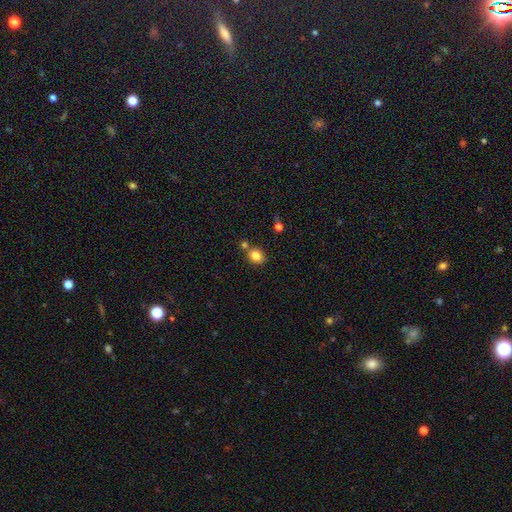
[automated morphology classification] Smooth or featured? Predicted: smooth (p=0.83). How rounded? Predicted: round (p=0.66). Merging? Predicted: none (p=0.67).